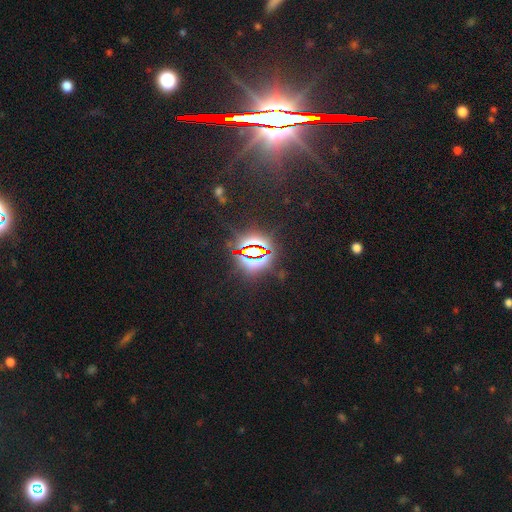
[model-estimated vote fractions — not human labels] A star or artifact, not a galaxy (84%).

Vote fractions:
- Smooth or featured? star or artifact: 84% / smooth: 8% / featured or disk: 8%